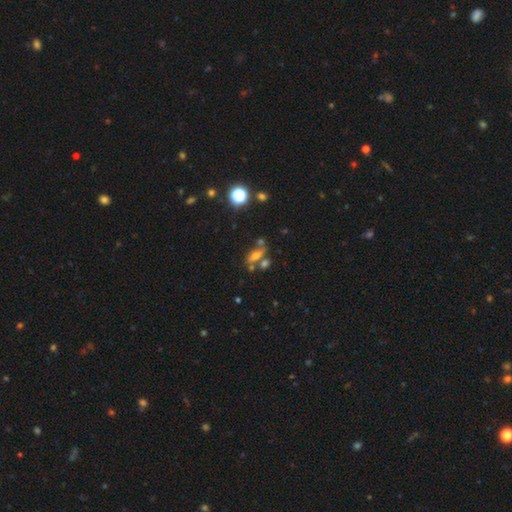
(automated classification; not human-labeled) smooth 54%, featured or disk 28%, star or artifact 18%. Down the decision tree: how rounded — in between (64%); merging — none (54%).